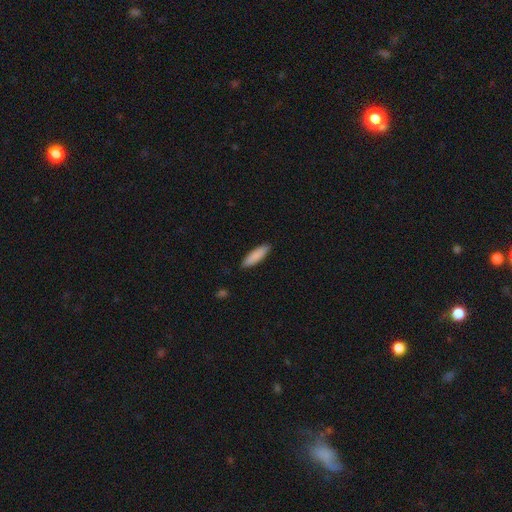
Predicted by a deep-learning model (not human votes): smooth_or_featured: smooth (p=0.87) [alt: featured or disk p=0.08]
how_rounded: cigar-shaped (p=0.65) [alt: in between p=0.34]
merging: none (p=0.88) [alt: minor disturbance p=0.09]